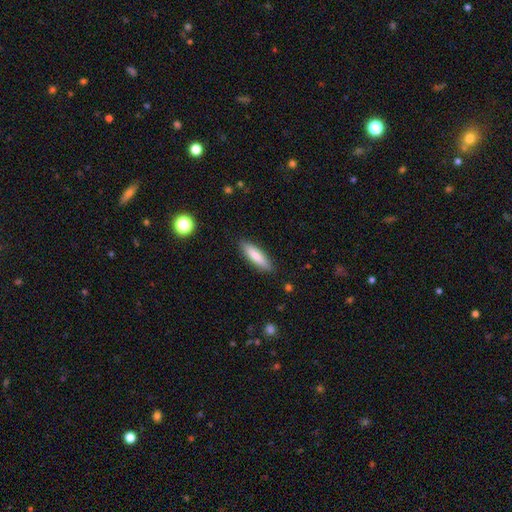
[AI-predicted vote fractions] Smooth or featured? smooth (78%)
How rounded? cigar-shaped (67%)
Merging? none (87%)